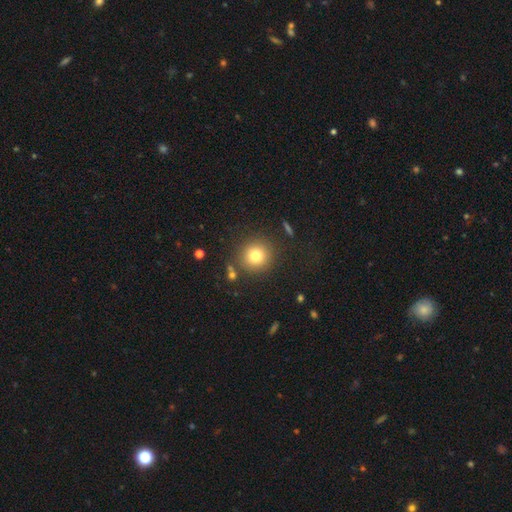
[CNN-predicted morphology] Smooth or featured: smooth — 78% (star or artifact — 13%)
How rounded: round — 93% (in between — 6%)
Merging: none — 85% (minor disturbance — 8%)